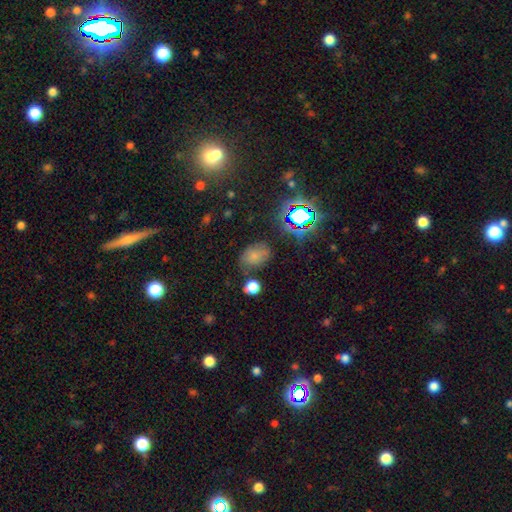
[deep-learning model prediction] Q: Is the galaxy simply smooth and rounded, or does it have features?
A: smooth — 66%.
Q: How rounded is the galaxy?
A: in between — 76%.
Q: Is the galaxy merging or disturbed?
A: none — 63%.